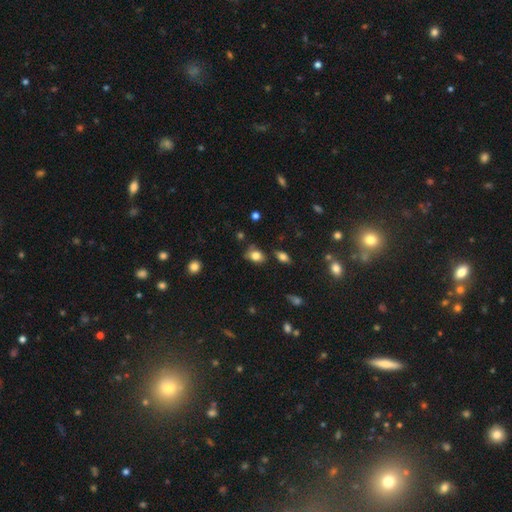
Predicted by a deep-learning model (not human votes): This is likely a smooth galaxy (80%). How rounded: likely in between (70%). Merging: likely none (63%).